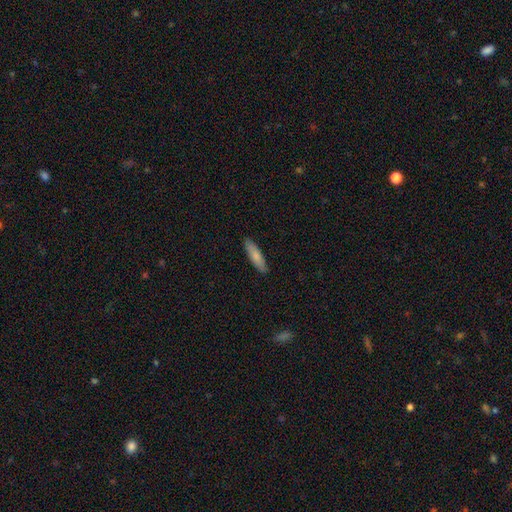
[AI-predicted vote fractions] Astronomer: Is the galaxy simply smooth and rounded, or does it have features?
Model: smooth — 80%.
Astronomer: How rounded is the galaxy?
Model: cigar-shaped — 69%.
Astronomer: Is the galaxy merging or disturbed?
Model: none — 89%.